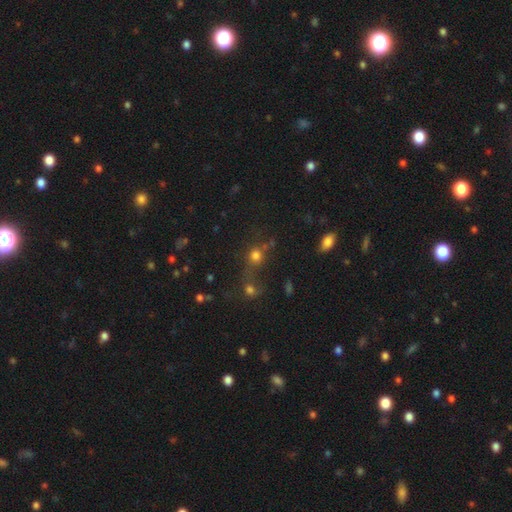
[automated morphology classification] smooth_or_featured: smooth (p=0.72) [alt: star or artifact p=0.19]
how_rounded: round (p=0.84) [alt: in between p=0.14]
merging: none (p=0.43) [alt: merger p=0.36]